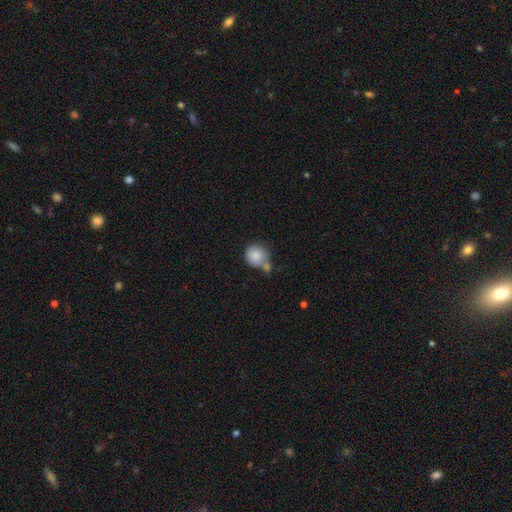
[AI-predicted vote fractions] smooth_or_featured: smooth (p=0.85) [alt: star or artifact p=0.08]
how_rounded: round (p=0.90) [alt: in between p=0.09]
merging: none (p=0.47) [alt: merger p=0.33]